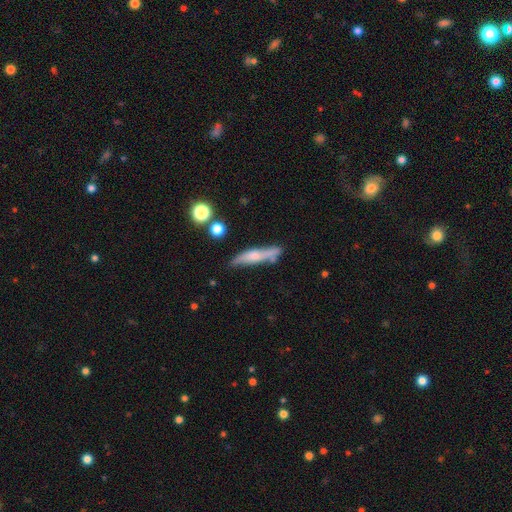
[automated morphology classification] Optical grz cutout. It shows a featured or disk galaxy (47%). Merging: none (67%).